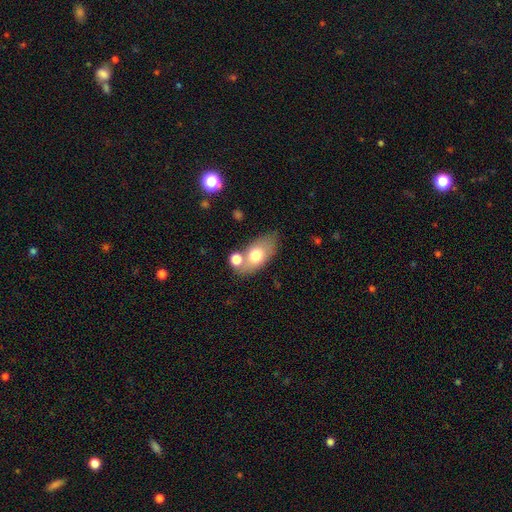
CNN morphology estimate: Smooth or featured: smooth — 69% (featured or disk — 23%)
How rounded: in between — 86% (round — 10%)
Merging: none — 54% (merger — 24%)